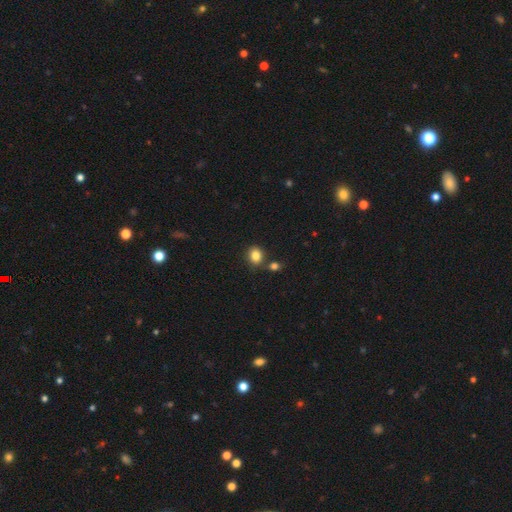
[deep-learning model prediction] smooth-or-featured: smooth: 83% | star or artifact: 10% | featured or disk: 6%
  how-rounded: round: 66% | in between: 33% | cigar-shaped: 1%
  merging: none: 71% | merger: 15% | minor disturbance: 10% | major disturbance: 3%